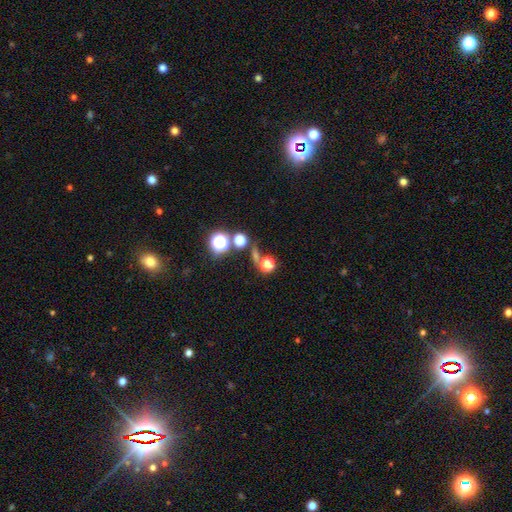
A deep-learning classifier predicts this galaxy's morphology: Overall: star or artifact (49%; smooth 41%).